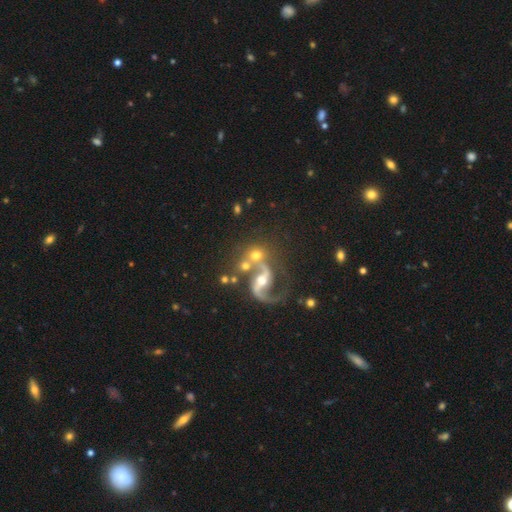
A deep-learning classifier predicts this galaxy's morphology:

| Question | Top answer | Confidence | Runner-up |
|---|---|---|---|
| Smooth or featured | featured or disk | 62% | smooth (27%) |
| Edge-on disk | no | 96% | yes (4%) |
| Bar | no | 42% | weak (34%) |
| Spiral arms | yes | 83% | no (17%) |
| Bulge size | moderate | 56% | small (24%) |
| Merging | none | 45% | merger (35%) |